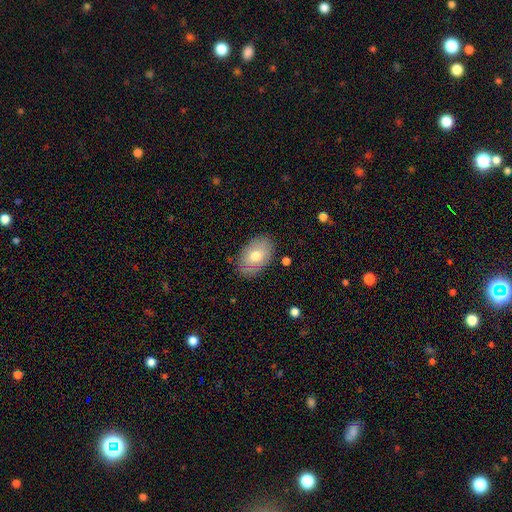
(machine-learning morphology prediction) This is likely a smooth galaxy (69%). How rounded: clearly in between (89%). Merging: clearly none (82%).